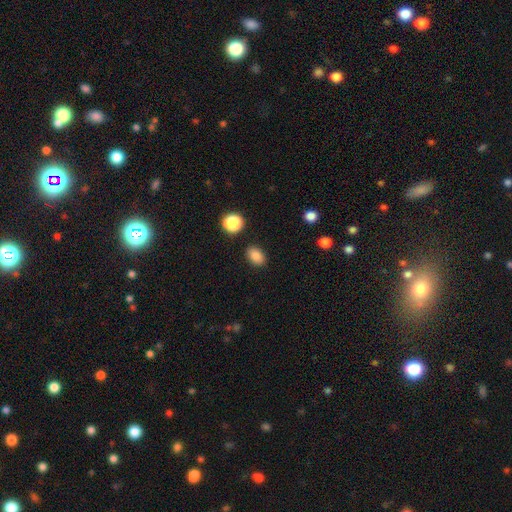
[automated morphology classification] type=smooth (85%); roundness=in between (79%); merging=none (87%).